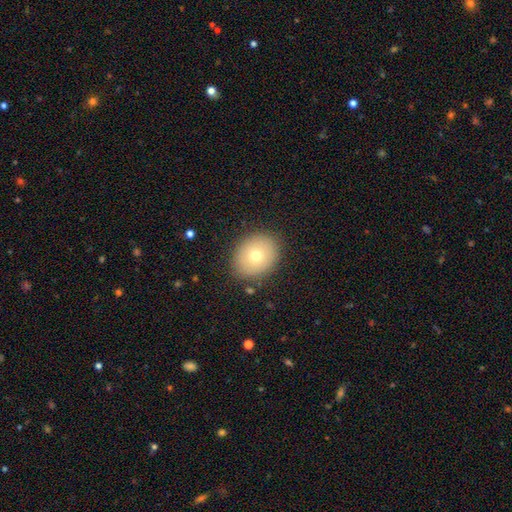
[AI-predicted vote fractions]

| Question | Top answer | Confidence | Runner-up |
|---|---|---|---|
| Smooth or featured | smooth | 72% | featured or disk (17%) |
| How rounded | round | 65% | in between (34%) |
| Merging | none | 88% | minor disturbance (8%) |